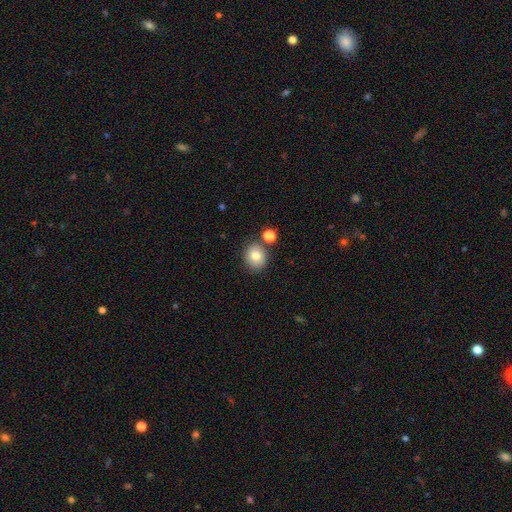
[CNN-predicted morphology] A smooth galaxy with no disk features (78%) that is round (75%). Merging: none (77%).